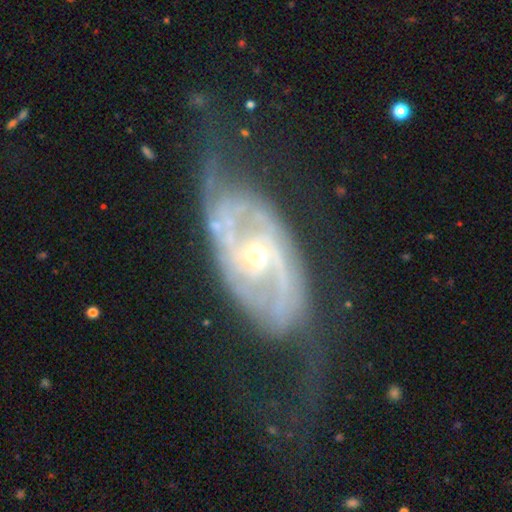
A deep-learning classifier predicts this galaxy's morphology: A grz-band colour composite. It shows a featured or disk galaxy (87%) with no bar (55%), 2 (66%) tight (44%) spiral arms (90%) and a small central bulge (57%). Merging: none (55%).